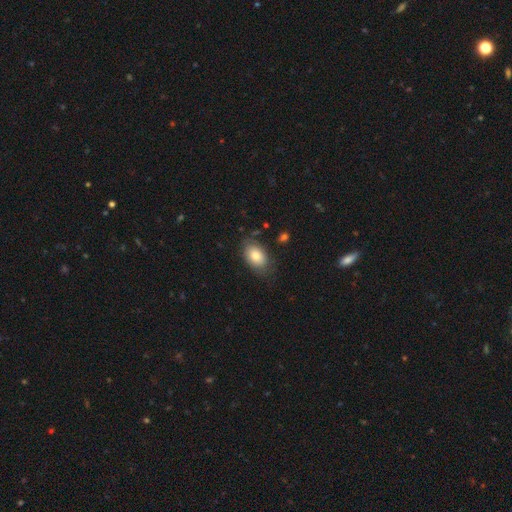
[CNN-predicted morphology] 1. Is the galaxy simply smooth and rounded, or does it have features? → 82% smooth, 11% featured or disk, 7% star or artifact.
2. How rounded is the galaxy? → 88% in between, 10% round, 1% cigar-shaped.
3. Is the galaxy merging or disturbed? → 73% none, 19% minor disturbance, 5% major disturbance, 2% merger.